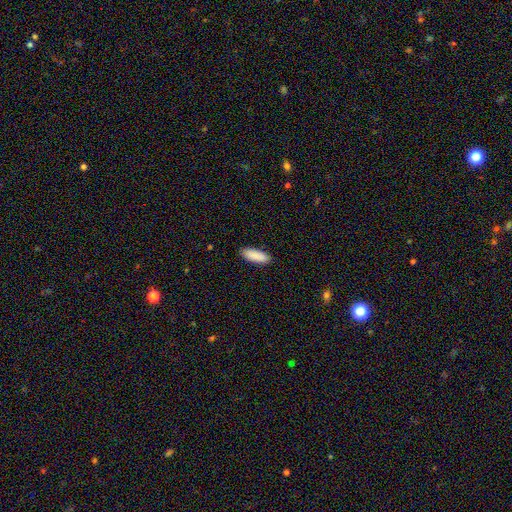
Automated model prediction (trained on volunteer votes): Smooth or featured: smooth — 90% (star or artifact — 6%)
How rounded: in between — 66% (cigar-shaped — 33%)
Merging: none — 89% (minor disturbance — 8%)